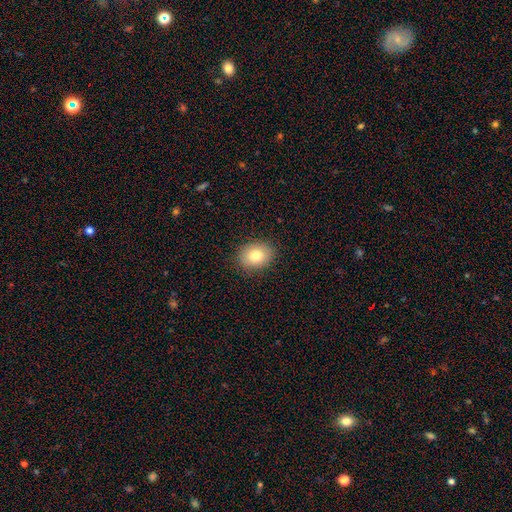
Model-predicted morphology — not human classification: smooth_or_featured: smooth (p=0.80) [alt: featured or disk p=0.12]
how_rounded: in between (p=0.52) [alt: round p=0.47]
merging: none (p=0.88) [alt: minor disturbance p=0.09]